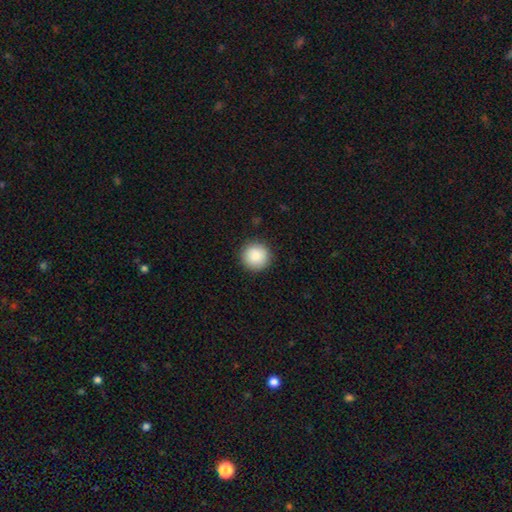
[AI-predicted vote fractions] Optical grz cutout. It shows a smooth galaxy with no disk features (88%) that is round (95%). Merging: none (91%).